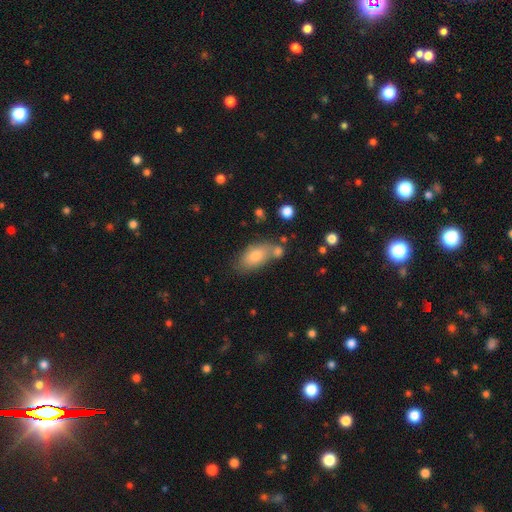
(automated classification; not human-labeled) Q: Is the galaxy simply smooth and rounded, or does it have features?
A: smooth — 76%.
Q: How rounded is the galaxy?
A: in between — 90%.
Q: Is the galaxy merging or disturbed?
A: none — 59%.